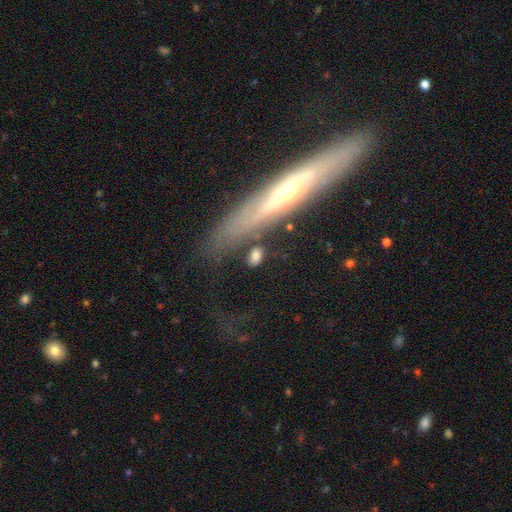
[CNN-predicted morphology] smooth-or-featured: smooth: 77% | featured or disk: 14% | star or artifact: 9%
  how-rounded: in between: 79% | round: 14% | cigar-shaped: 8%
  merging: none: 72% | minor disturbance: 14% | merger: 7% | major disturbance: 7%